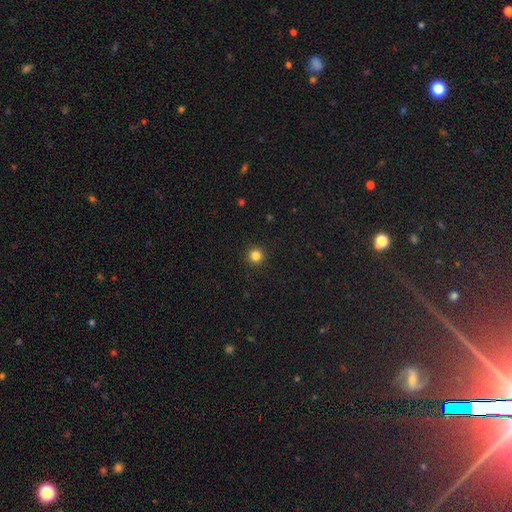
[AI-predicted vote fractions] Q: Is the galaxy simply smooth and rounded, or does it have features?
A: smooth — 83%.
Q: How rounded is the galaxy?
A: round — 96%.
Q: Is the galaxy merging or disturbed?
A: none — 93%.